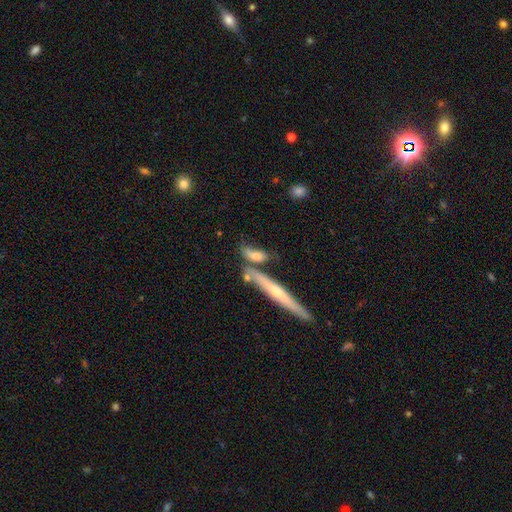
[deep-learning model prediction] smooth 61%, featured or disk 30%, star or artifact 8%. Down the decision tree: how rounded — in between (50%); merging — none (47%).